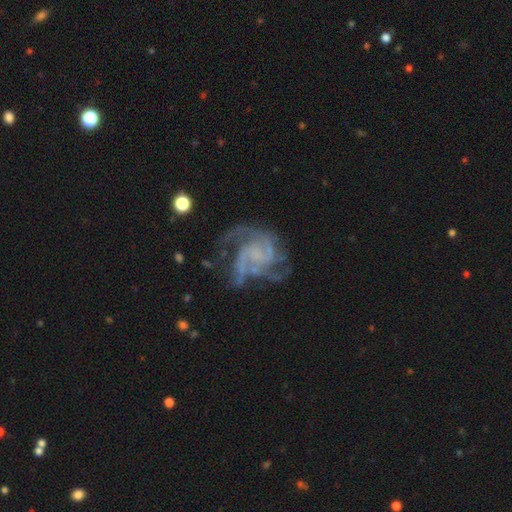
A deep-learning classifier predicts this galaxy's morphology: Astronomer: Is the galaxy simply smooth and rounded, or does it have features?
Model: featured or disk — 84%.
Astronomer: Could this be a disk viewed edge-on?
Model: no — 98%.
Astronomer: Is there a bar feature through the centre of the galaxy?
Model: no — 60%.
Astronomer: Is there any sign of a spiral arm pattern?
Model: yes — 93%.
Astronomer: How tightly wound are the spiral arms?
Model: medium — 47% (runner-up: tight, 30%).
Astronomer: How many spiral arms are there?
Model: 3 — 33% (runner-up: 2, 26%).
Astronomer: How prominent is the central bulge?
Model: none — 64%.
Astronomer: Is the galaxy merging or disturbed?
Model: none — 55%.